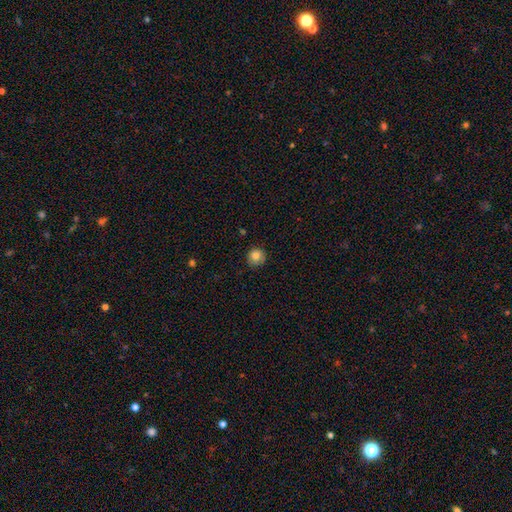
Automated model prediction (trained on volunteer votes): Smooth or featured: smooth — 83% (star or artifact — 10%)
How rounded: round — 93% (in between — 6%)
Merging: none — 83% (minor disturbance — 14%)